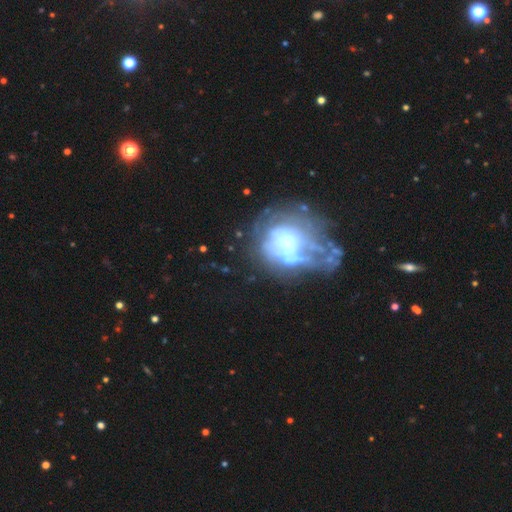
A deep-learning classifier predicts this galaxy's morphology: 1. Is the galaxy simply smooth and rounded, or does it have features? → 60% featured or disk, 22% smooth, 17% star or artifact.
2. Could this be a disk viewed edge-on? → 96% no, 4% yes.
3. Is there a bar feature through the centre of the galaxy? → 75% no, 18% weak, 7% strong.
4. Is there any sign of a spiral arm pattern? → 61% no, 39% yes.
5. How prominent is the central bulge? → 40% moderate, 32% small, 15% large, 9% none, 4% dominant.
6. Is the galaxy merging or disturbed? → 38% none, 33% major disturbance, 19% minor disturbance, 10% merger.